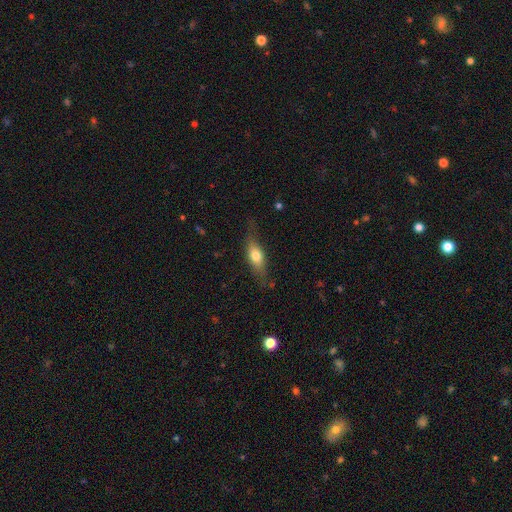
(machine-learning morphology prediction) smooth_or_featured: smooth (p=0.63) [alt: featured or disk p=0.30]
how_rounded: in between (p=0.64) [alt: cigar-shaped p=0.31]
merging: none (p=0.68) [alt: minor disturbance p=0.22]